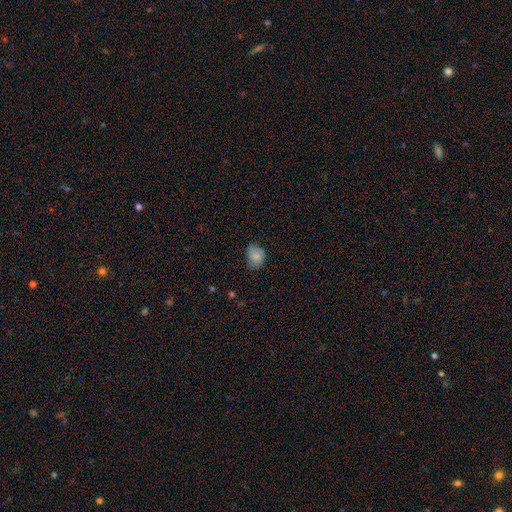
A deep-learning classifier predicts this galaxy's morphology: Smooth or featured: smooth — 79% (featured or disk — 13%)
How rounded: in between — 54% (round — 45%)
Merging: none — 60% (minor disturbance — 31%)